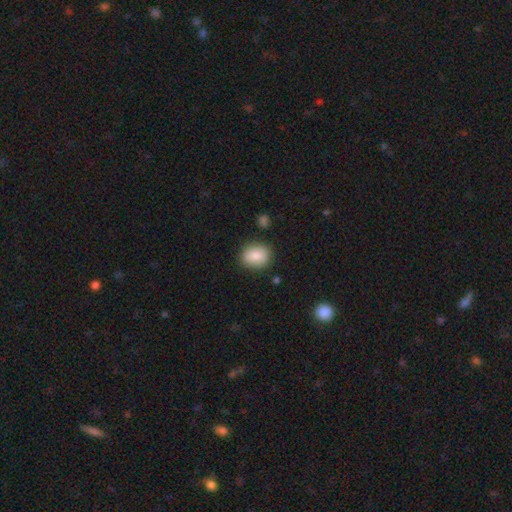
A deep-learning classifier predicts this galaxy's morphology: This is clearly a smooth galaxy (86%). How rounded: possibly round (55%). Merging: clearly none (83%).